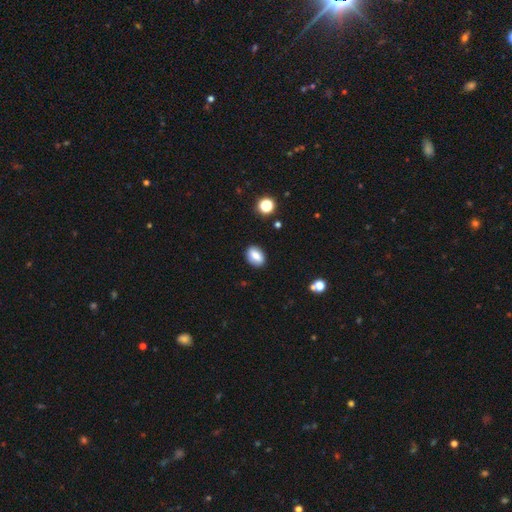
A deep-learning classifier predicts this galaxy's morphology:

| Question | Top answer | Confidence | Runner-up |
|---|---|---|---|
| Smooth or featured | smooth | 80% | featured or disk (11%) |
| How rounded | in between | 80% | round (18%) |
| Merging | none | 86% | minor disturbance (10%) |